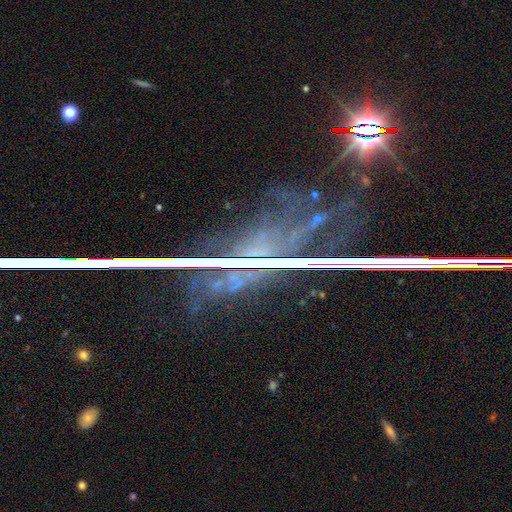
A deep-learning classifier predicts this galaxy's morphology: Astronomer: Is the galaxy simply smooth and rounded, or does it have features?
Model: star or artifact — 70%.